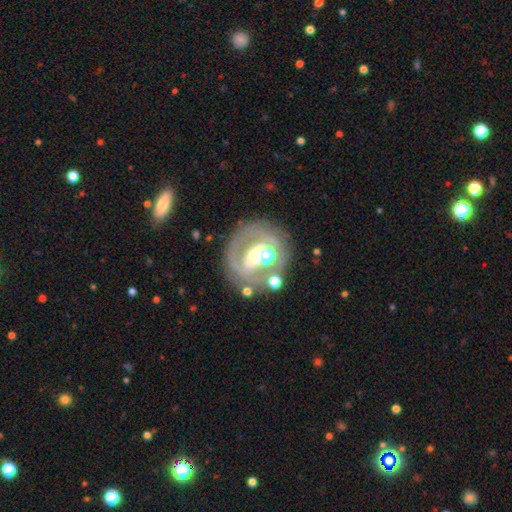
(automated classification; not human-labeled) Smooth or featured: featured or disk — 62% (smooth — 25%)
Edge-on disk: no — 96% (yes — 4%)
Bar: no — 60% (weak — 22%)
Spiral arms: no — 68% (yes — 32%)
Bulge size: moderate — 57% (large — 23%)
Merging: none — 60% (minor disturbance — 15%)